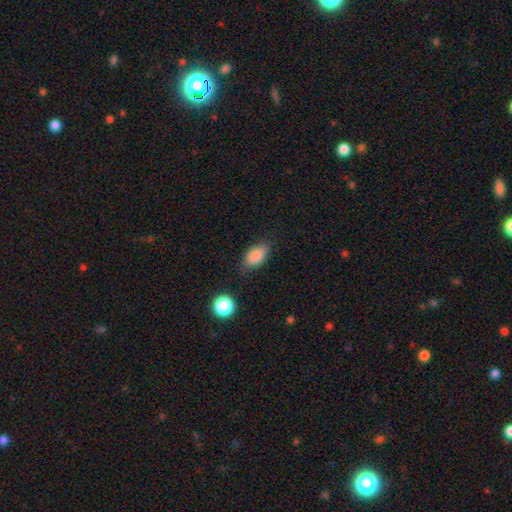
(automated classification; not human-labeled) smooth_or_featured: smooth (p=0.86) [alt: star or artifact p=0.08]
how_rounded: in between (p=0.90) [alt: round p=0.07]
merging: none (p=0.72) [alt: minor disturbance p=0.21]